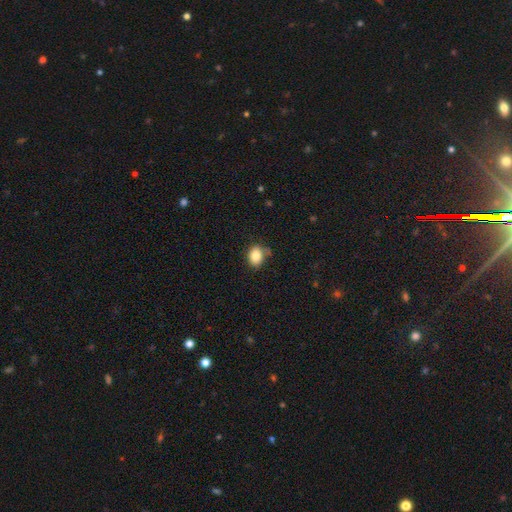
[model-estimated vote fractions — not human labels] Smooth or featured? smooth (85%)
How rounded? in between (67%)
Merging? none (67%)